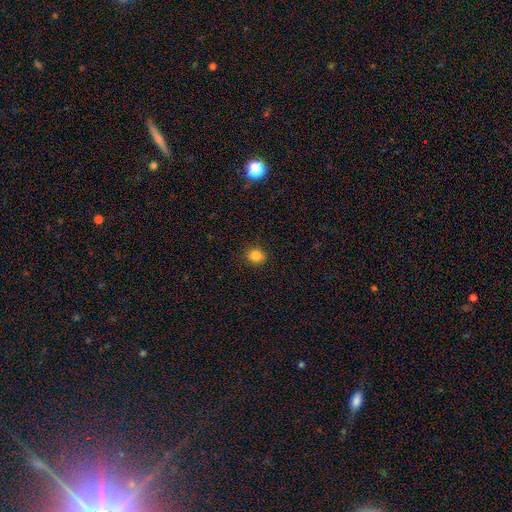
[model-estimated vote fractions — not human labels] This is clearly a smooth galaxy (84%). How rounded: likely round (73%). Merging: clearly none (89%).